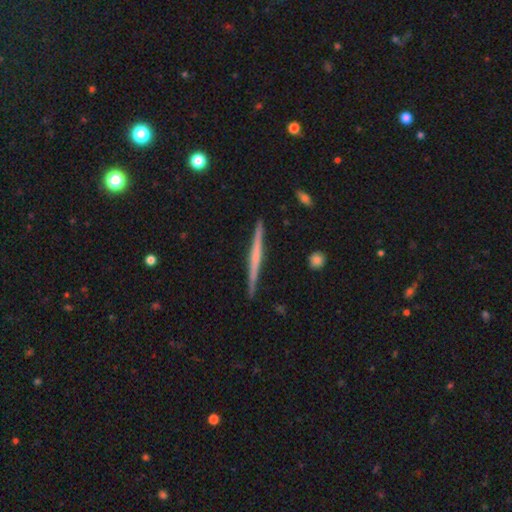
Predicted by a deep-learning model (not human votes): Smooth or featured: featured or disk — 62% (smooth — 32%)
Edge-on disk: yes — 98% (no — 2%)
Edge-on bulge: none — 71% (rounded — 19%)
Merging: none — 91% (minor disturbance — 7%)